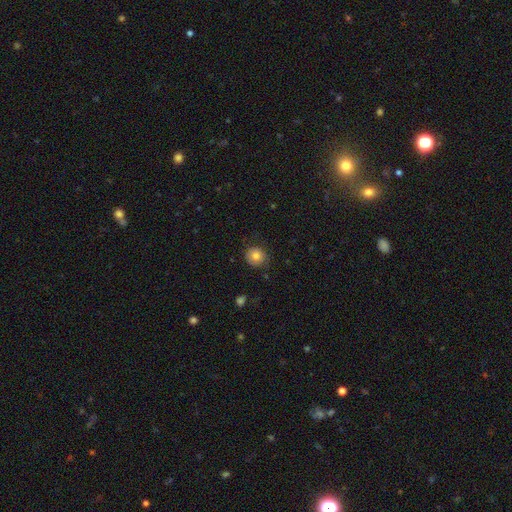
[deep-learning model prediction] Smooth or featured? smooth (80%)
How rounded? round (90%)
Merging? none (81%)